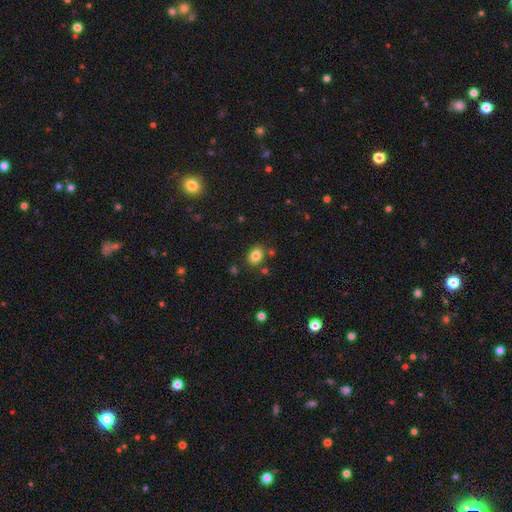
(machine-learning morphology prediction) A smooth galaxy with no disk features (82%) that is in between round and cigar-shaped (60%).

Vote fractions:
- Smooth or featured? smooth: 82% / star or artifact: 11% / featured or disk: 7%
- How rounded? in between: 60% / round: 39% / cigar-shaped: 1%
- Merging? none: 80% / minor disturbance: 11% / merger: 5% / major disturbance: 3%